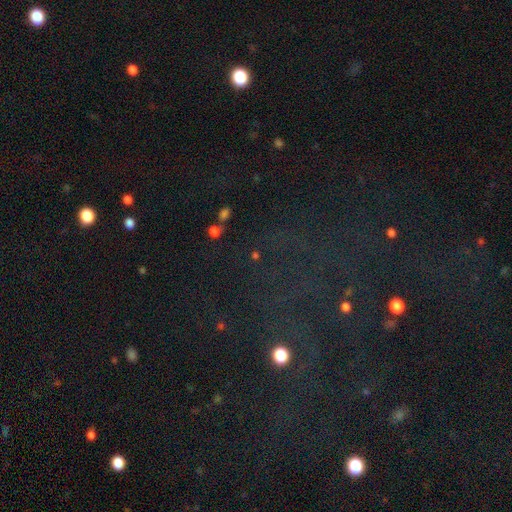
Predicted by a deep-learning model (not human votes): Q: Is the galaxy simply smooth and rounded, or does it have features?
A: star or artifact — 61%.